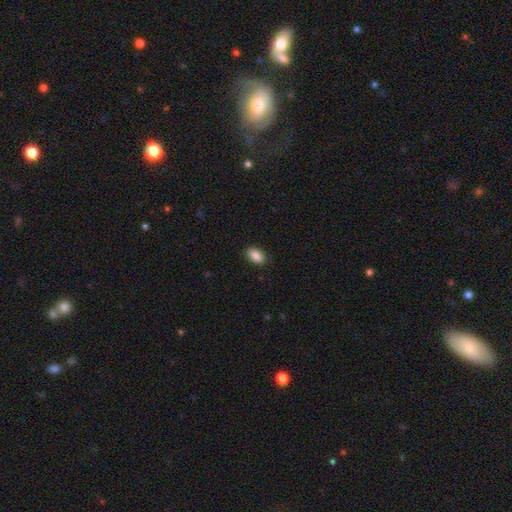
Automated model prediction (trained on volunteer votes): Q: Smooth or featured?
A: smooth (88%); runner-up: star or artifact (7%)
Q: How rounded?
A: in between (91%); runner-up: round (7%)
Q: Merging?
A: none (89%); runner-up: minor disturbance (8%)